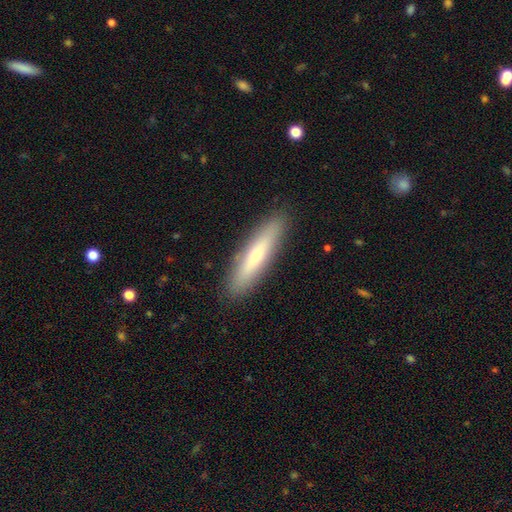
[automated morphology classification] Smooth or featured?
  - smooth: 55% *
  - featured or disk: 38%
  - star or artifact: 6%
How rounded?
  - cigar-shaped: 79% *
  - in between: 19%
  - round: 2%
Merging?
  - none: 90% *
  - minor disturbance: 7%
  - major disturbance: 2%
  - merger: 1%